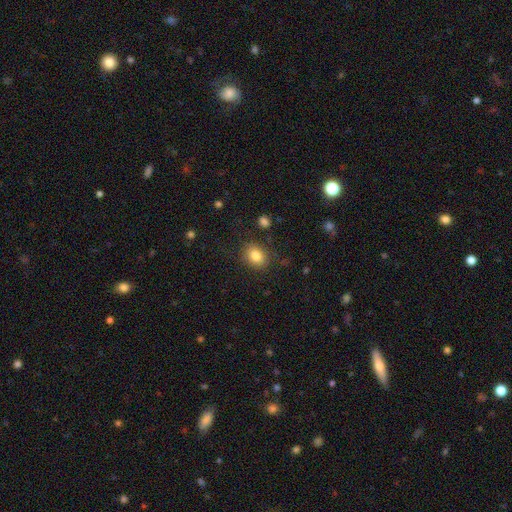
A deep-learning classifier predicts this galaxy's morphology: This appears to be a smooth galaxy with no disk features (83%) that is round (50%). Merging: none (84%).